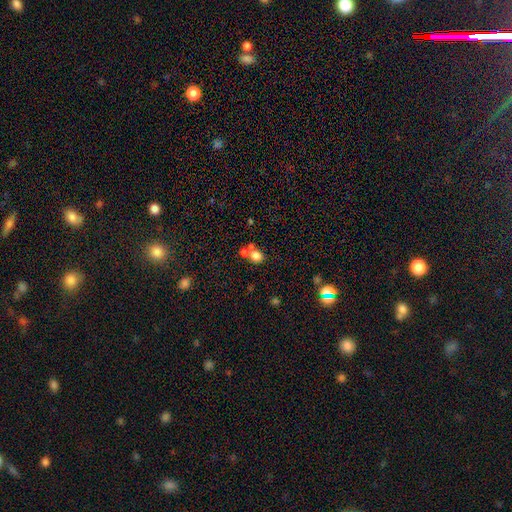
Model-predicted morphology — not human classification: A smooth galaxy with no disk features (78%) that is round (72%).

Vote fractions:
- Smooth or featured? smooth: 78% / star or artifact: 13% / featured or disk: 10%
- How rounded? round: 72% / in between: 27% / cigar-shaped: 1%
- Merging? none: 46% / merger: 42% / minor disturbance: 8% / major disturbance: 4%